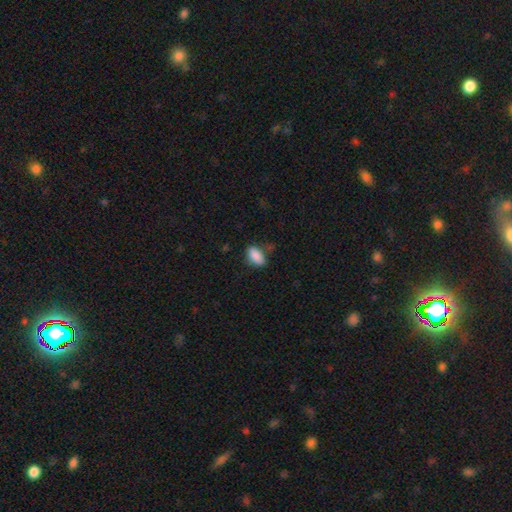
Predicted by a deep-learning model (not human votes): smooth-or-featured: smooth: 88% | star or artifact: 7% | featured or disk: 5%
  how-rounded: in between: 91% | cigar-shaped: 4% | round: 4%
  merging: none: 69% | minor disturbance: 21% | major disturbance: 5% | merger: 4%